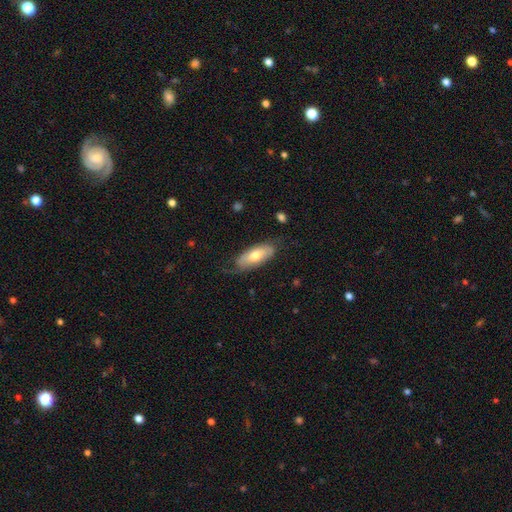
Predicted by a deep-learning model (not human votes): Overall: smooth (60%; featured or disk 34%). How rounded: in between (81%). Merging: none (62%; minor disturbance 26%).